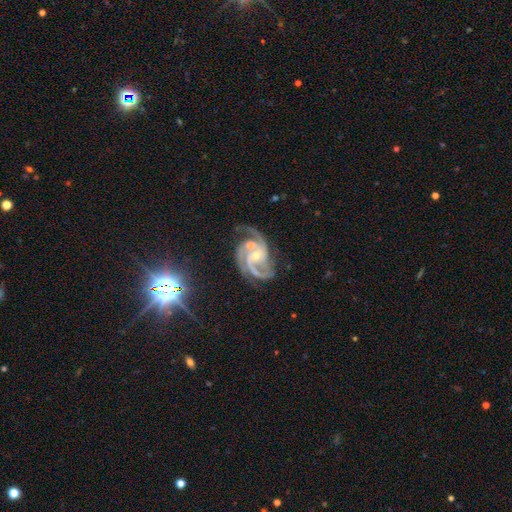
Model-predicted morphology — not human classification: featured or disk 89%, star or artifact 7%, smooth 4%. Down the decision tree: edge-on disk — no (98%); bar — no (51%); spiral arms — yes (98%); spiral arm count — 3 (46%); spiral winding — medium (54%); bulge size — small (61%); merging — none (46%).